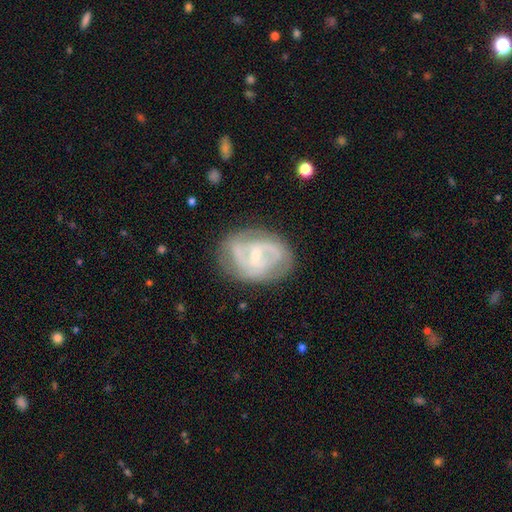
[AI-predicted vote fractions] This appears to be a featured or disk galaxy (78%) with a weak bar (50%), 2 (53%) medium (44%) spiral arms (88%) and a small central bulge (64%). Merging: none (70%).